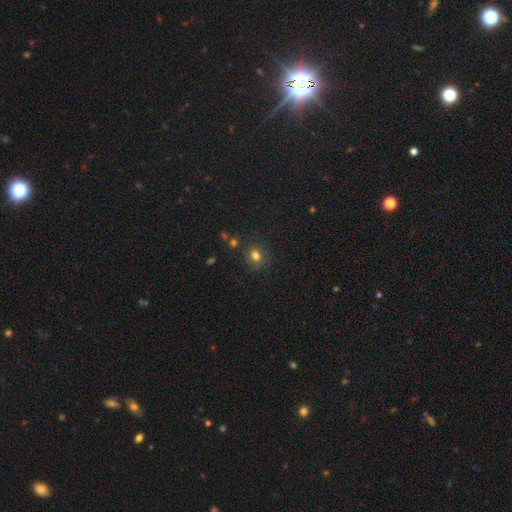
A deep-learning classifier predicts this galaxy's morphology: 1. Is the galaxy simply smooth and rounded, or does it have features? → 78% smooth, 15% star or artifact, 8% featured or disk.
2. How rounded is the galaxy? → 65% round, 34% in between, 1% cigar-shaped.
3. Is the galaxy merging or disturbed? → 79% none, 12% minor disturbance, 5% merger, 4% major disturbance.